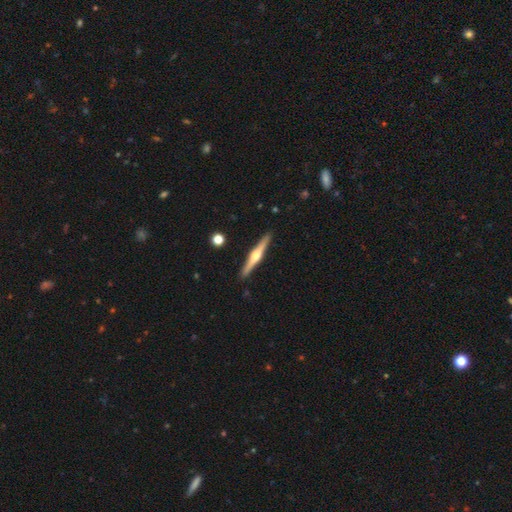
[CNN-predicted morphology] smooth-or-featured: featured or disk: 76% | smooth: 19% | star or artifact: 5%
  disk-edge-on: yes: 98% | no: 2%
    edge-on-bulge: rounded: 93% | boxy: 5% | none: 3%
  merging: none: 91% | minor disturbance: 6% | merger: 1% | major disturbance: 1%